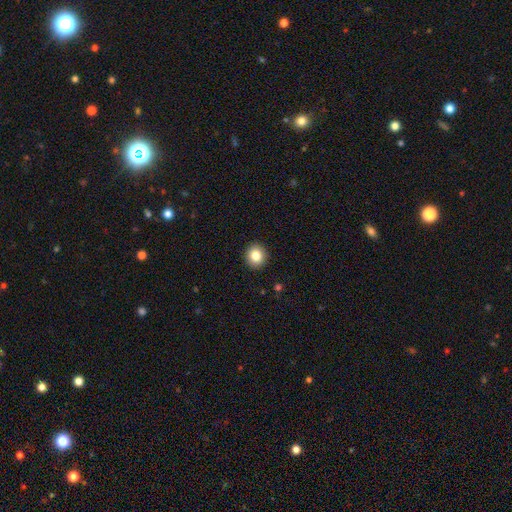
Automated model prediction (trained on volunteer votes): smooth-or-featured: smooth: 83% | star or artifact: 9% | featured or disk: 7%
  how-rounded: round: 87% | in between: 12% | cigar-shaped: 1%
  merging: none: 93% | minor disturbance: 5% | major disturbance: 2% | merger: 1%